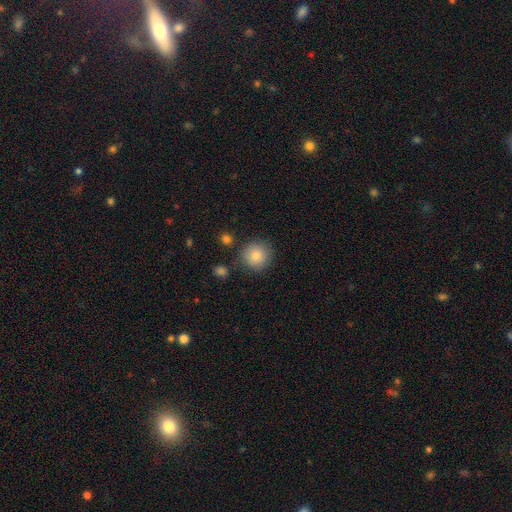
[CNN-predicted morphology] Smooth or featured?
  - smooth: 82% *
  - star or artifact: 10%
  - featured or disk: 8%
How rounded?
  - round: 93% *
  - in between: 6%
  - cigar-shaped: 1%
Merging?
  - none: 86% *
  - minor disturbance: 9%
  - merger: 3%
  - major disturbance: 3%